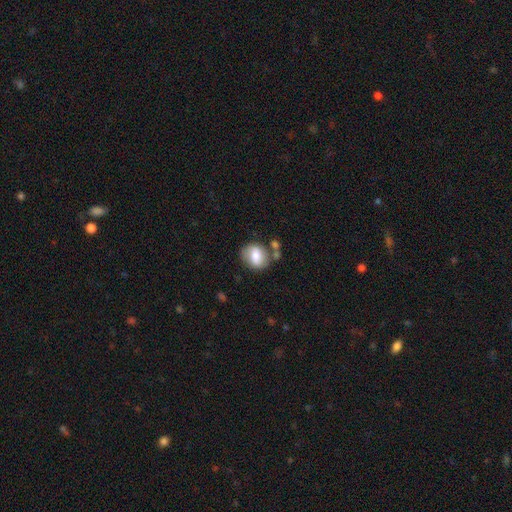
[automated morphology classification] Smooth or featured? Predicted: smooth (p=0.68). How rounded? Predicted: round (p=0.57). Merging? Predicted: none (p=0.61).